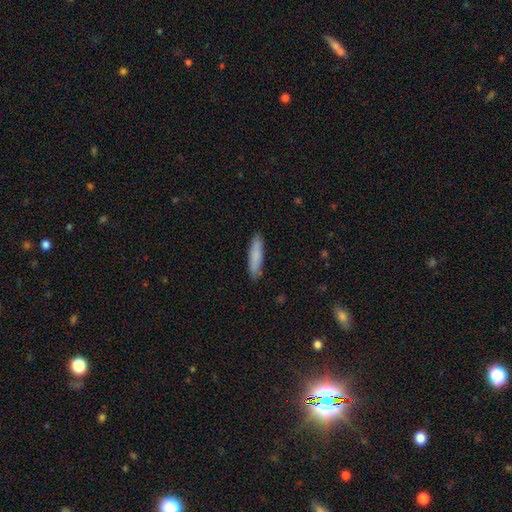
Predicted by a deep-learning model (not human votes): The model was most divided on "how rounded": cigar-shaped: 83%, in between: 16%, round: 1%. More confident: merging — none (88%); smooth or featured — smooth (83%).